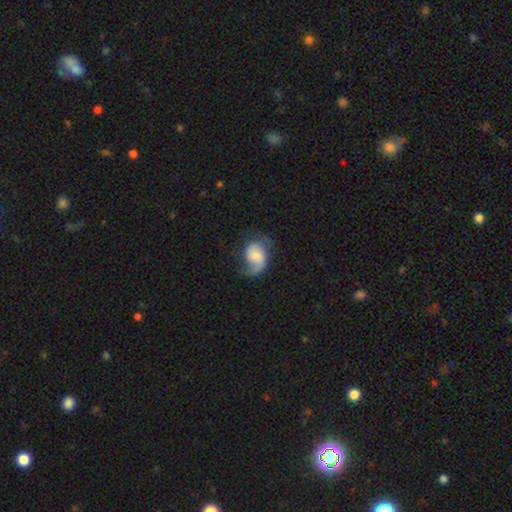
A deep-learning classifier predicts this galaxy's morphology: The model was most divided on "bulge size": small: 33%, moderate: 28%, none: 20%, large: 15%, dominant: 4%. Remaining: edge-on disk — no (97%); spiral arms — yes (87%); bar — no (61%); smooth or featured — featured or disk (52%); merging — none (41%).